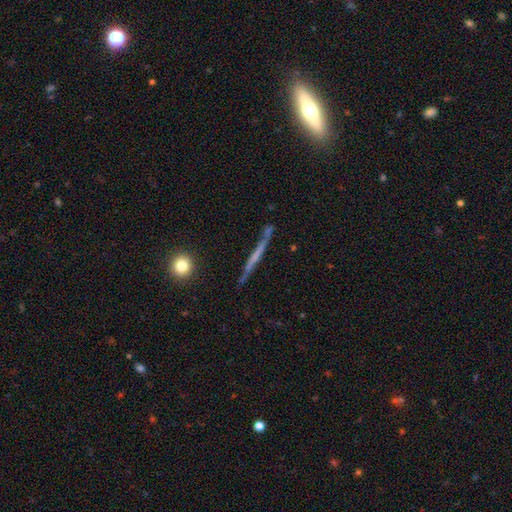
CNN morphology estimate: smooth-or-featured: featured or disk: 59% | smooth: 33% | star or artifact: 8%
  disk-edge-on: yes: 94% | no: 6%
    edge-on-bulge: none: 84% | rounded: 9% | boxy: 7%
  merging: none: 80% | minor disturbance: 14% | major disturbance: 4% | merger: 3%